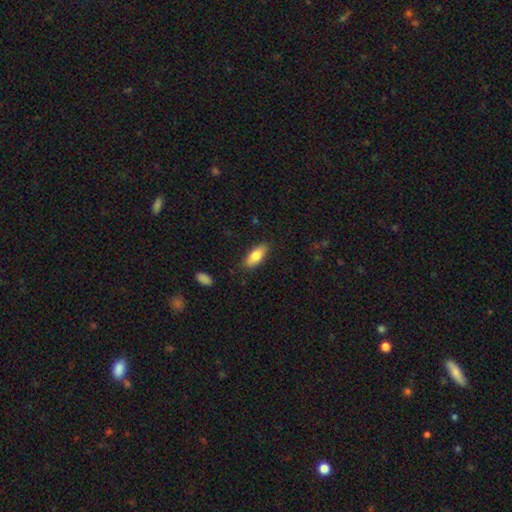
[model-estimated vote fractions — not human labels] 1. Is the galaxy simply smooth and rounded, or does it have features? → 80% smooth, 14% featured or disk, 6% star or artifact.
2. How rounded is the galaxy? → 82% in between, 16% cigar-shaped, 2% round.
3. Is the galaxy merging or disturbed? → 83% none, 13% minor disturbance, 3% major disturbance, 1% merger.